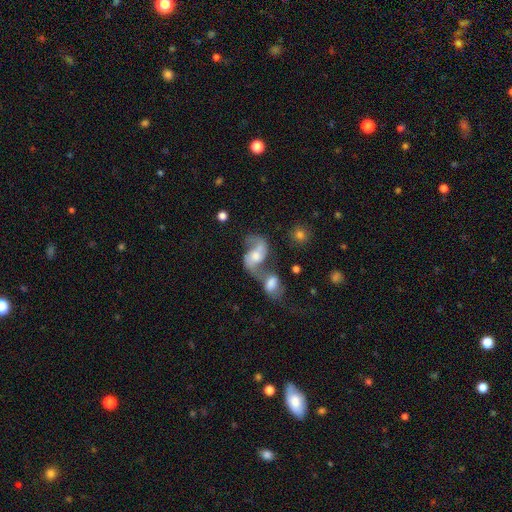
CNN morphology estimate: This is likely a featured or disk galaxy (79%). It is clearly not viewed edge-on (96%). Bar: possibly no (47%). Spiral arm pattern: clearly yes (93%). Spiral arm count: clearly 2 (89%). Spiral winding: likely loose (62%). Central bulge: possibly moderate (53%). Merging: possibly merger (52%).